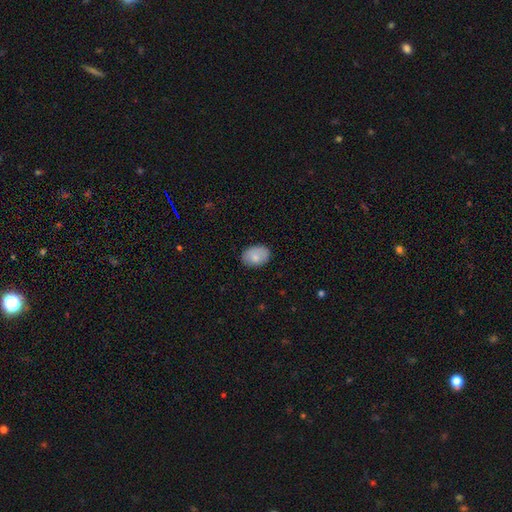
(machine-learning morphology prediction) A smooth galaxy with no disk features (81%) that is in between round and cigar-shaped (76%). Merging: none (83%).